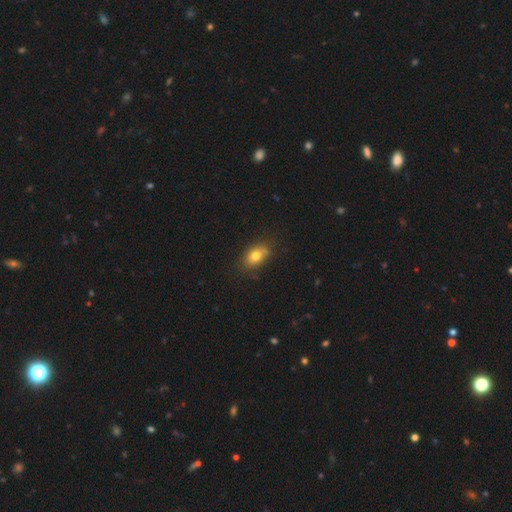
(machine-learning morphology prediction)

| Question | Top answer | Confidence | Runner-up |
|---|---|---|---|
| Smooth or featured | smooth | 78% | featured or disk (12%) |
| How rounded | in between | 78% | round (19%) |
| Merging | none | 72% | minor disturbance (20%) |